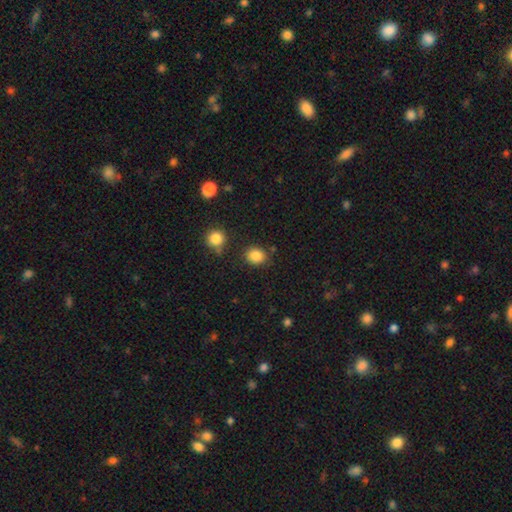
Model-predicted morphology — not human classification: Overall: smooth (86%). How rounded: round (61%; in between 38%). Merging: none (80%).